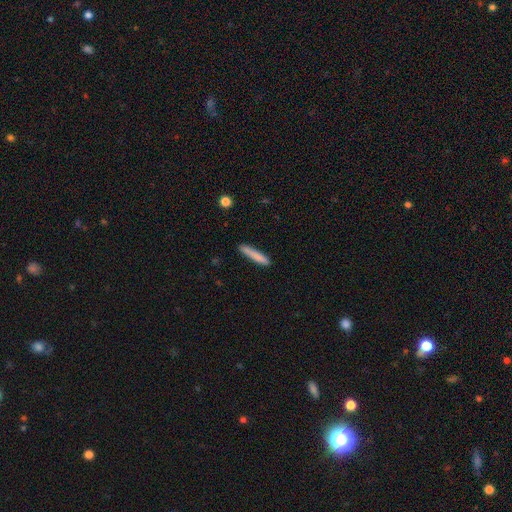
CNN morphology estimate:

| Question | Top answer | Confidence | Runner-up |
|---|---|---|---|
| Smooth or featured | smooth | 82% | featured or disk (12%) |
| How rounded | cigar-shaped | 94% | in between (5%) |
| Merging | none | 88% | minor disturbance (9%) |